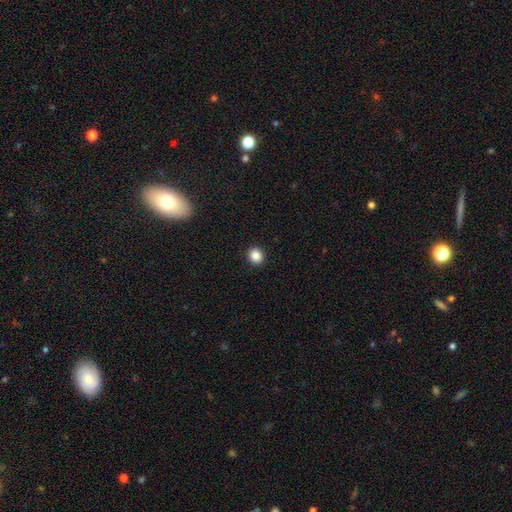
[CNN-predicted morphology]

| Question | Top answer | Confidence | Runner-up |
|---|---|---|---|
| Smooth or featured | smooth | 85% | star or artifact (11%) |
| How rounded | round | 91% | in between (8%) |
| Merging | none | 94% | minor disturbance (4%) |